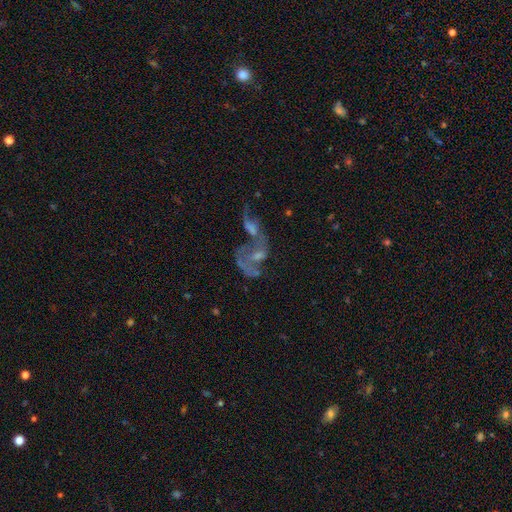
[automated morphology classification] Smooth or featured: featured or disk — 62% (smooth — 20%)
Edge-on disk: no — 96% (yes — 4%)
Bar: no — 75% (weak — 20%)
Spiral arms: yes — 52% (no — 48%)
Bulge size: small — 33% (tied with moderate — 33%)
Merging: merger — 60% (major disturbance — 18%)